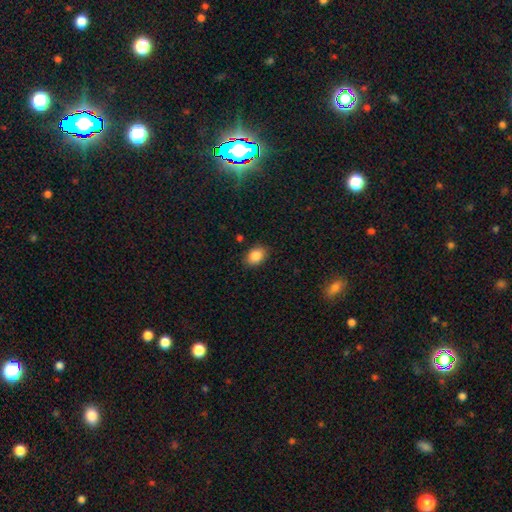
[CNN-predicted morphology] Smooth or featured? Predicted: smooth (p=0.87). How rounded? Predicted: in between (p=0.75). Merging? Predicted: none (p=0.85).